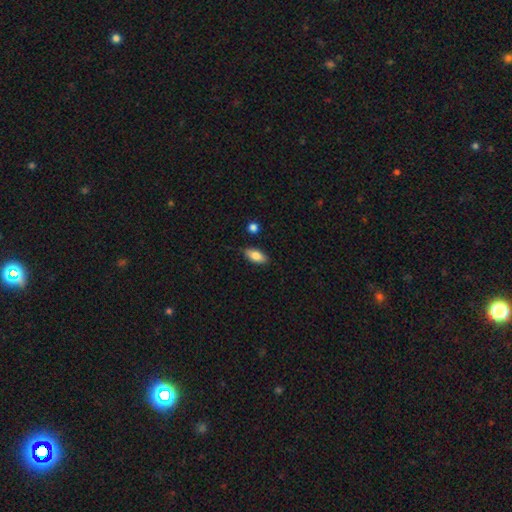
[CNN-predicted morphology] Smooth or featured?
  - smooth: 81% *
  - featured or disk: 12%
  - star or artifact: 7%
How rounded?
  - in between: 86% *
  - cigar-shaped: 11%
  - round: 3%
Merging?
  - none: 84% *
  - minor disturbance: 11%
  - merger: 2%
  - major disturbance: 2%